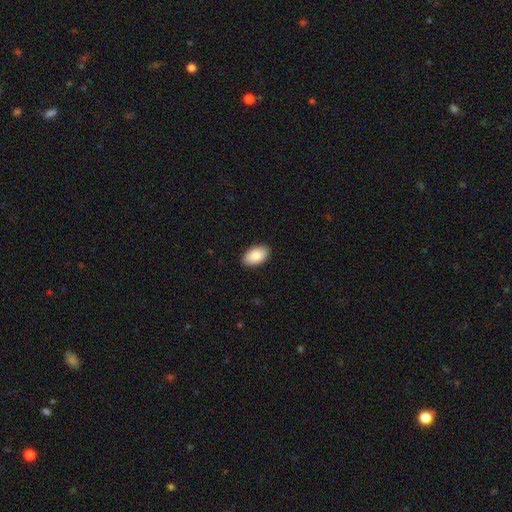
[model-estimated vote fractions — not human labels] smooth_or_featured: smooth (p=0.88) [alt: star or artifact p=0.06]
how_rounded: in between (p=0.95) [alt: round p=0.04]
merging: none (p=0.89) [alt: minor disturbance p=0.09]